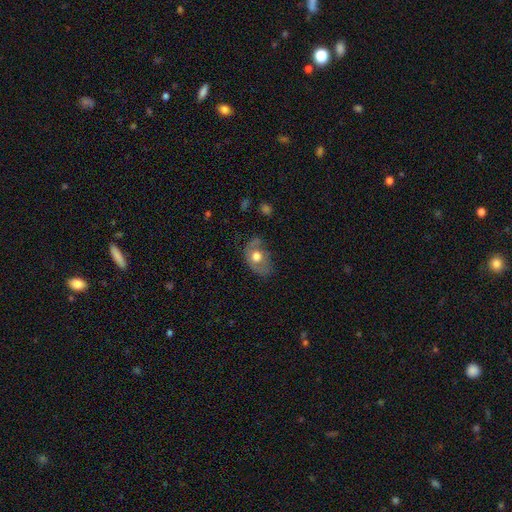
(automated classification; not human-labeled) A smooth galaxy with no disk features (51%) that is in between round and cigar-shaped (75%).

Vote fractions:
- Smooth or featured? smooth: 51% / featured or disk: 42% / star or artifact: 7%
- How rounded? in between: 75% / round: 24% / cigar-shaped: 1%
- Merging? none: 51% / minor disturbance: 30% / major disturbance: 17% / merger: 2%